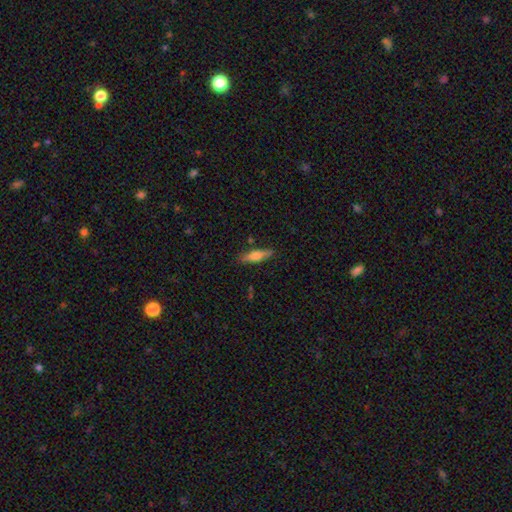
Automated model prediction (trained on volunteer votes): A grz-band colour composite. It shows a smooth galaxy with no disk features (66%) that is cigar-shaped (67%). Merging: none (85%).